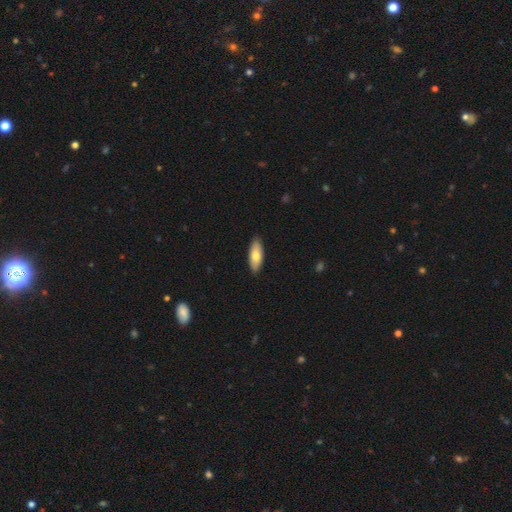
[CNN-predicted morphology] smooth-or-featured: smooth: 75% | featured or disk: 20% | star or artifact: 6%
  how-rounded: in between: 74% | cigar-shaped: 24% | round: 2%
  merging: none: 89% | minor disturbance: 9% | major disturbance: 2% | merger: 1%